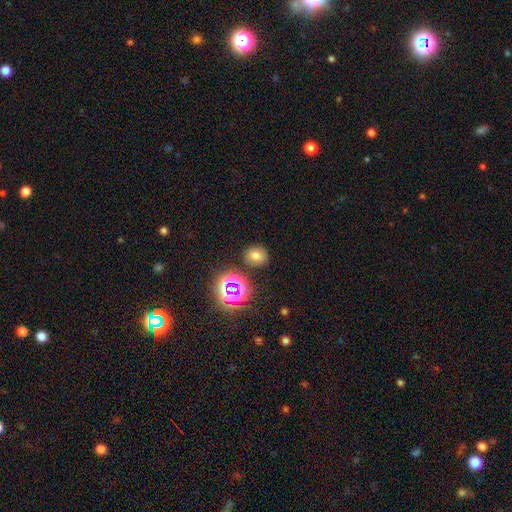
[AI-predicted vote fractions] Q: Smooth or featured?
A: smooth (66%); runner-up: star or artifact (24%)
Q: How rounded?
A: round (62%); runner-up: in between (37%)
Q: Merging?
A: none (83%); runner-up: minor disturbance (10%)